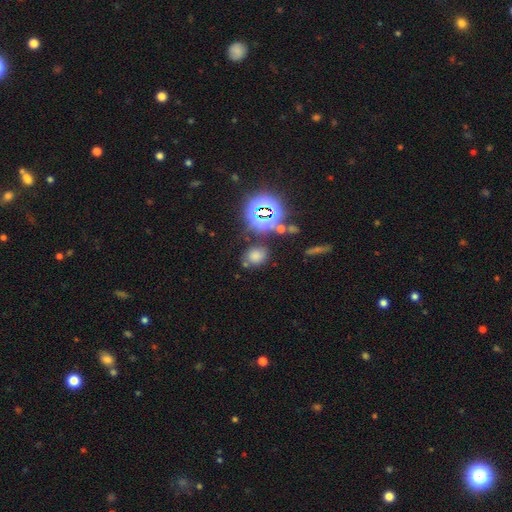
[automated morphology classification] The model was most divided on "how rounded": round: 59%, in between: 39%, cigar-shaped: 2%. More confident: merging — none (70%); smooth or featured — smooth (64%).